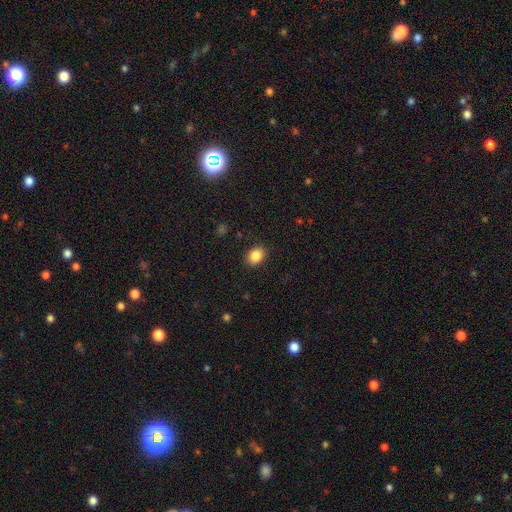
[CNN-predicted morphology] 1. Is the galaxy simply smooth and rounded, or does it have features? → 86% smooth, 9% star or artifact, 4% featured or disk.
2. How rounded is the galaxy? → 60% in between, 39% round, 1% cigar-shaped.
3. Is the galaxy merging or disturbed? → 88% none, 8% minor disturbance, 2% major disturbance, 1% merger.